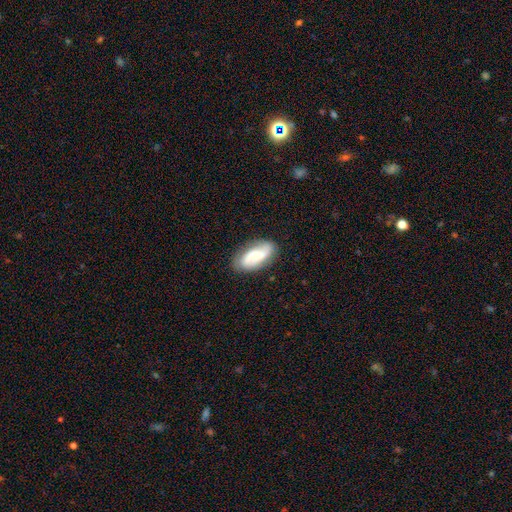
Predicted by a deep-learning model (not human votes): featured or disk 60%, smooth 34%, star or artifact 6%. Down the decision tree: edge-on disk — no (93%); bar — no (60%); spiral arms — yes (87%); bulge size — moderate (49%); merging — none (80%).